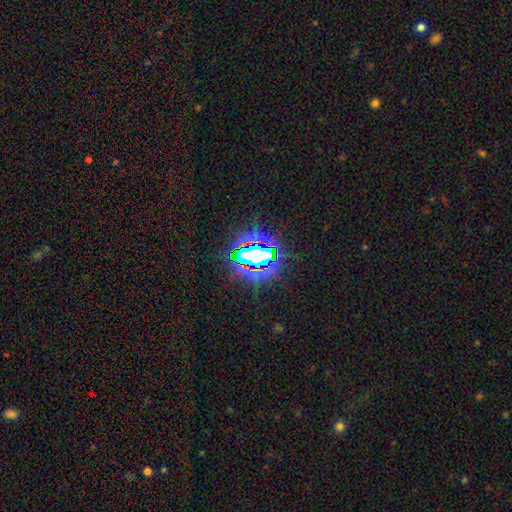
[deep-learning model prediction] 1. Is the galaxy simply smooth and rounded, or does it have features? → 76% star or artifact, 12% featured or disk, 12% smooth.